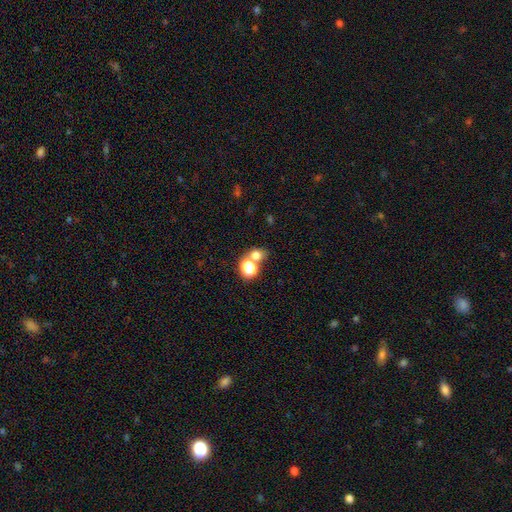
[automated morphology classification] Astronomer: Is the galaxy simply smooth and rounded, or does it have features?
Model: smooth — 68%.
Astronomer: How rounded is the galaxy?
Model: round — 68%.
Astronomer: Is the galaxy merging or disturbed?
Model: none — 55% (runner-up: merger, 33%).